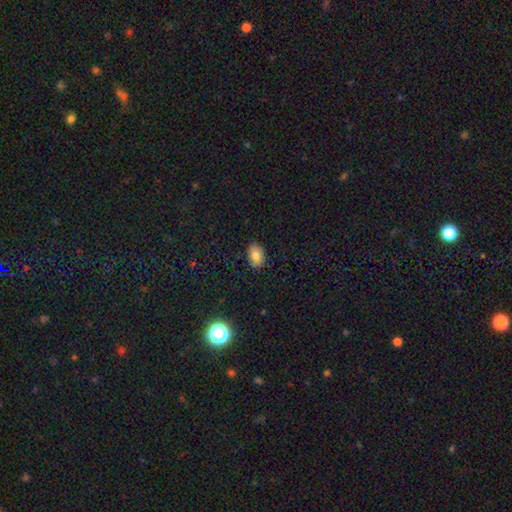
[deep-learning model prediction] Overall: smooth (81%). How rounded: in between (82%). Merging: none (84%).